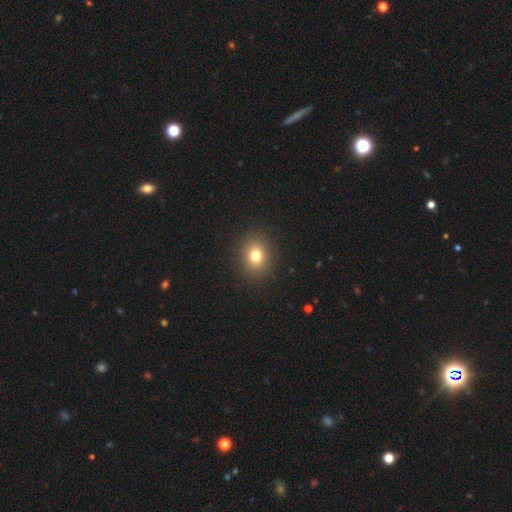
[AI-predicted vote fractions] Overall: smooth (77%). How rounded: round (64%; in between 35%). Merging: none (90%).